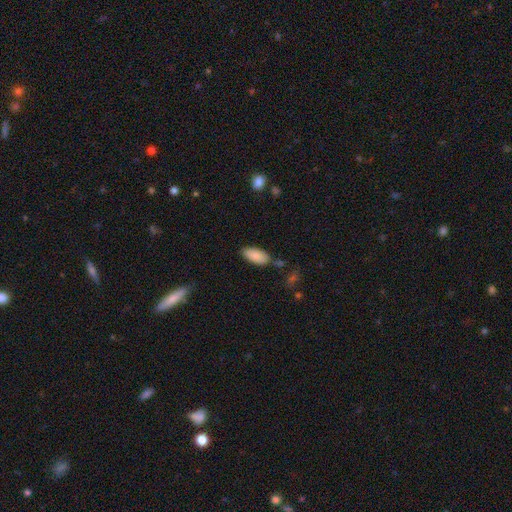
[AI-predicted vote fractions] A smooth galaxy with no disk features (87%) that is in between round and cigar-shaped (90%). Merging: none (77%).